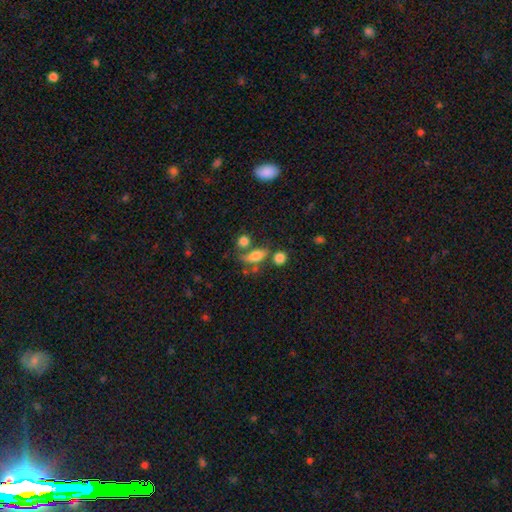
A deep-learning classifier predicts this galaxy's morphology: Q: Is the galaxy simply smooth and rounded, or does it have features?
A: smooth — 71%.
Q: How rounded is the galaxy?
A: in between — 66%.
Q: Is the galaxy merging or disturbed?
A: none — 50%.